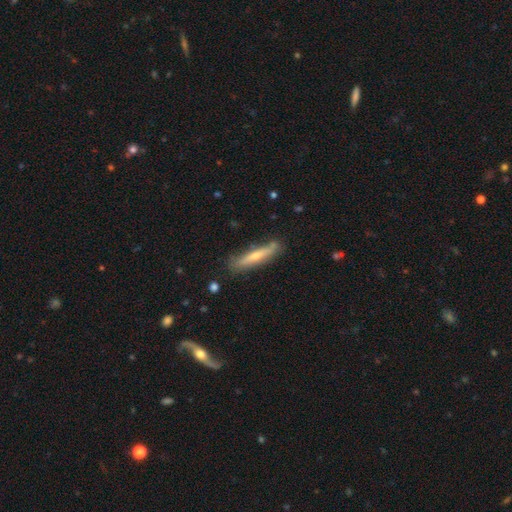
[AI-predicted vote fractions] Morphology: type=featured or disk (50%); edge-on=yes (88%); merging=none (81%).